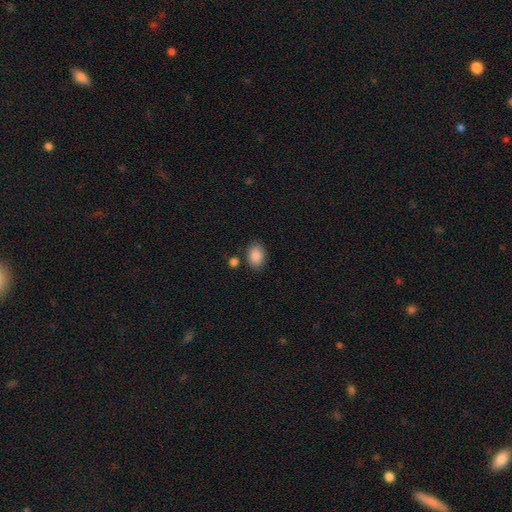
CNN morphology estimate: Smooth or featured? smooth (89%)
How rounded? in between (81%)
Merging? none (80%)